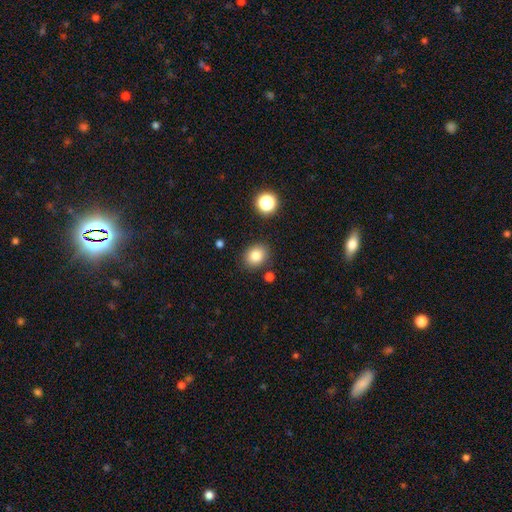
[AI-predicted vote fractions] A smooth galaxy with no disk features (82%) that is round (54%).

Vote fractions:
- Smooth or featured? smooth: 82% / star or artifact: 11% / featured or disk: 7%
- How rounded? round: 54% / in between: 45% / cigar-shaped: 1%
- Merging? none: 85% / minor disturbance: 9% / merger: 3% / major disturbance: 3%